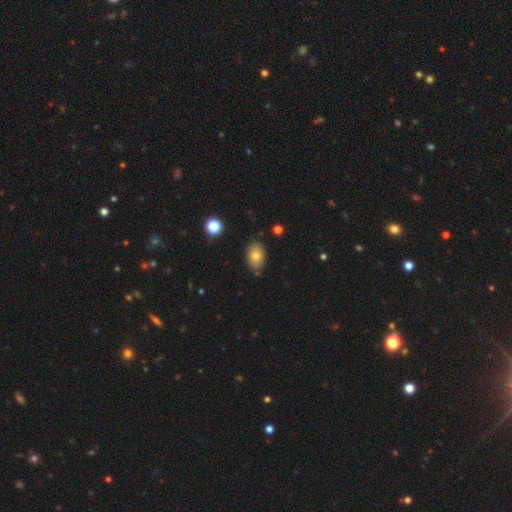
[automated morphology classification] Overall: smooth (76%). How rounded: in between (82%). Merging: none (80%).